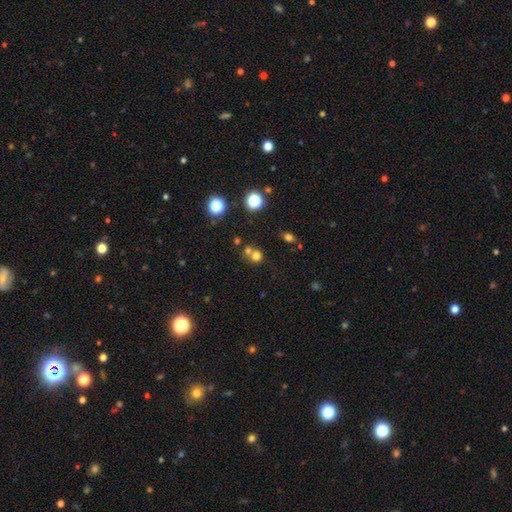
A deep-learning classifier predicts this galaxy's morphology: A smooth galaxy with no disk features (68%) that is round (83%).

Vote fractions:
- Smooth or featured? smooth: 68% / star or artifact: 22% / featured or disk: 10%
- How rounded? round: 83% / in between: 16% / cigar-shaped: 1%
- Merging? none: 48% / merger: 41% / minor disturbance: 7% / major disturbance: 4%